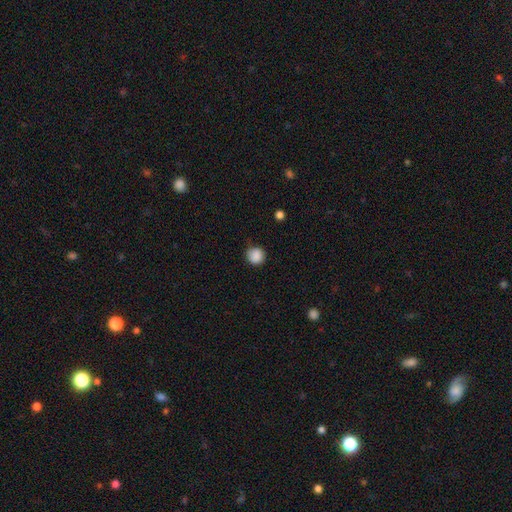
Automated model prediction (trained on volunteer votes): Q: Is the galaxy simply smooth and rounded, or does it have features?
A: smooth — 88%.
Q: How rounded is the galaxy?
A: round — 92%.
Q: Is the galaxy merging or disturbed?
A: none — 82%.